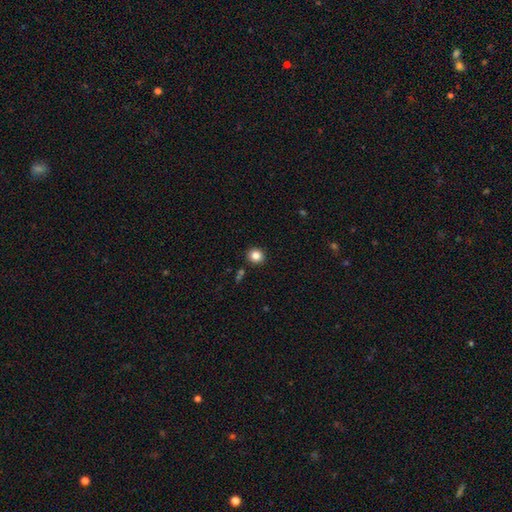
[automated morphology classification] A smooth galaxy with no disk features (84%) that is round (88%). Merging: none (90%).